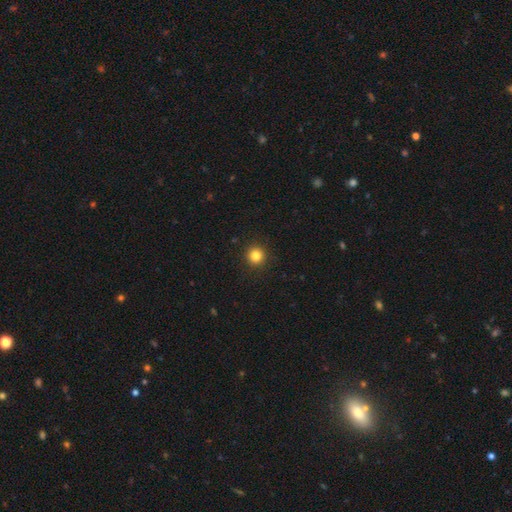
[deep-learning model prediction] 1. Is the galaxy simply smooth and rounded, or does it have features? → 83% smooth, 12% star or artifact, 5% featured or disk.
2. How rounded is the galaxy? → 95% round, 4% in between, 1% cigar-shaped.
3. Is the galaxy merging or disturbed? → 93% none, 4% minor disturbance, 2% major disturbance, 1% merger.